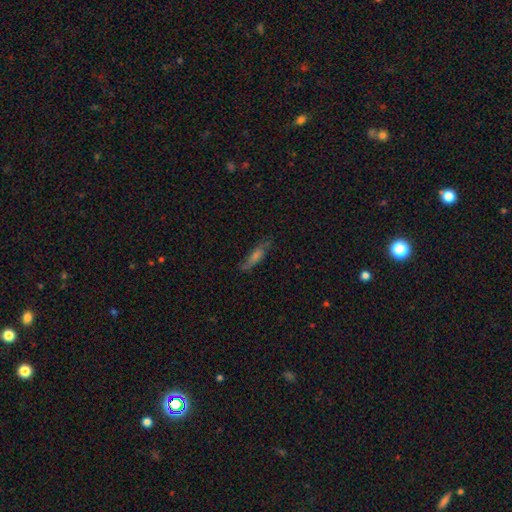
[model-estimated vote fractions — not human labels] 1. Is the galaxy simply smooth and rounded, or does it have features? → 44% featured or disk, 43% smooth, 14% star or artifact.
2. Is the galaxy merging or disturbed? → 73% none, 19% minor disturbance, 6% major disturbance, 2% merger.